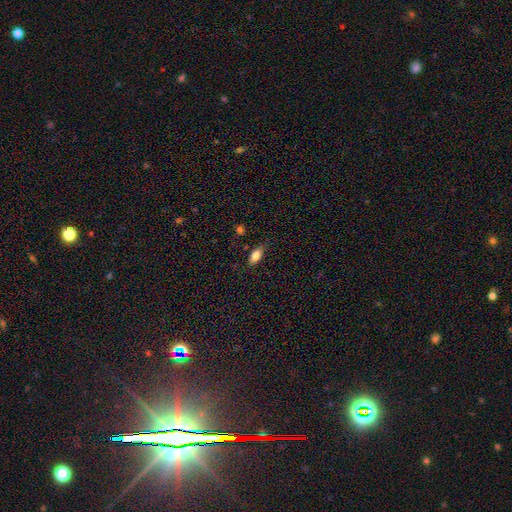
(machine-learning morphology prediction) type=smooth (81%); roundness=in between (87%); merging=none (80%).